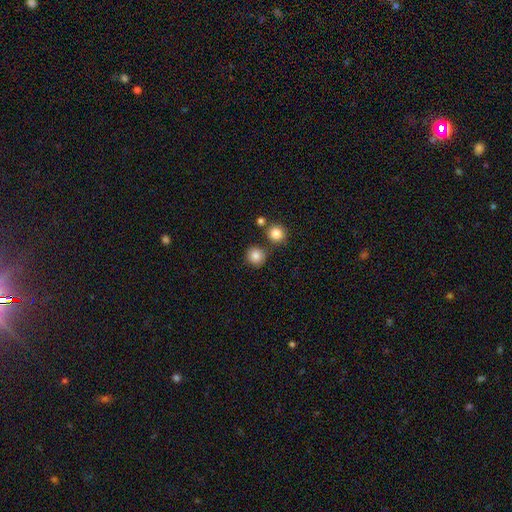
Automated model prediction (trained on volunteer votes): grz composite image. It shows a smooth galaxy with no disk features (85%) that is round (91%). Merging: none (78%).